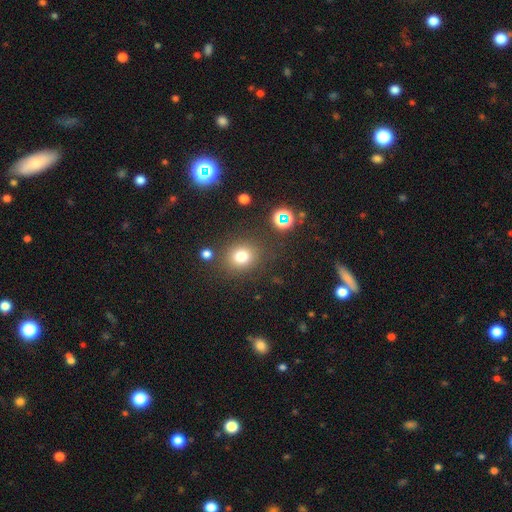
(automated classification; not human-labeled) Overall: smooth (59%; star or artifact 34%). How rounded: round (85%). Merging: none (86%).